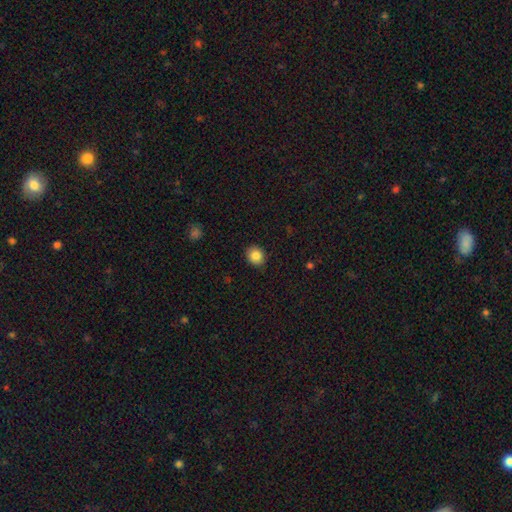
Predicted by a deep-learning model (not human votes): This is clearly a smooth galaxy (85%). How rounded: likely round (71%). Merging: clearly none (89%).